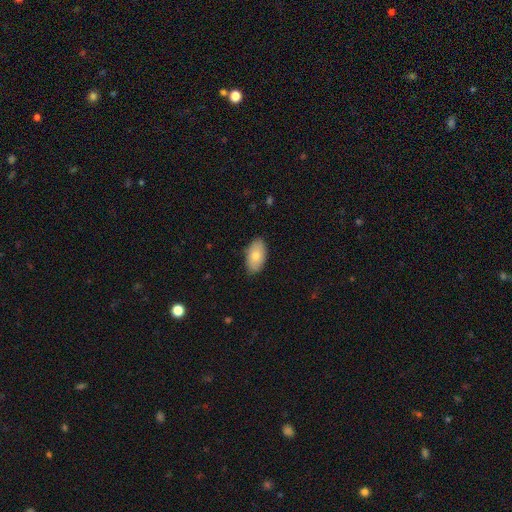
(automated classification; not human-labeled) This appears to be a smooth galaxy with no disk features (78%) that is in between round and cigar-shaped (94%). Merging: none (85%).